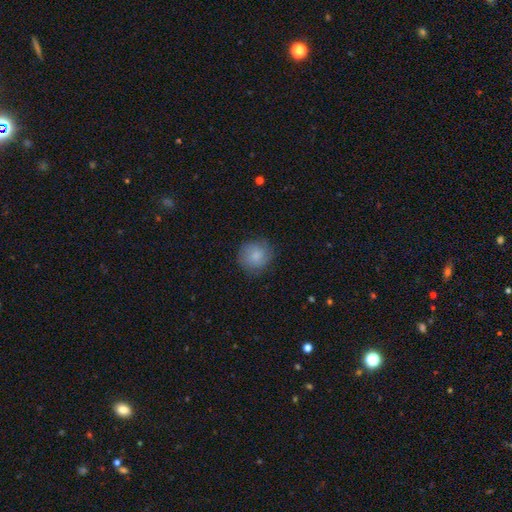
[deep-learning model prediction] smooth_or_featured: smooth (p=0.82) [alt: featured or disk p=0.11]
how_rounded: round (p=0.89) [alt: in between p=0.10]
merging: none (p=0.81) [alt: minor disturbance p=0.15]